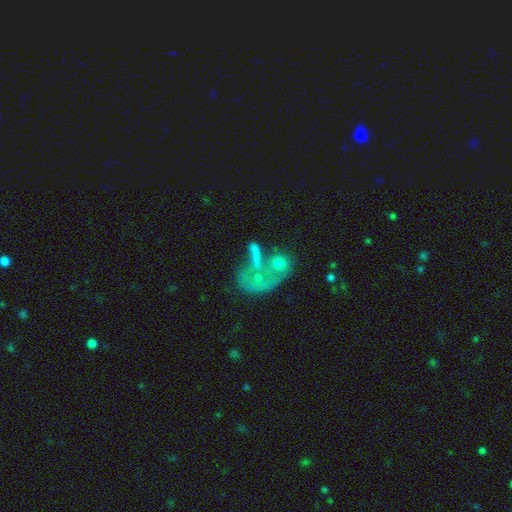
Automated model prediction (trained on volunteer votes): The model was most divided on "smooth or featured": smooth: 49%, featured or disk: 38%, star or artifact: 14%. More confident: merging — merger (52%).